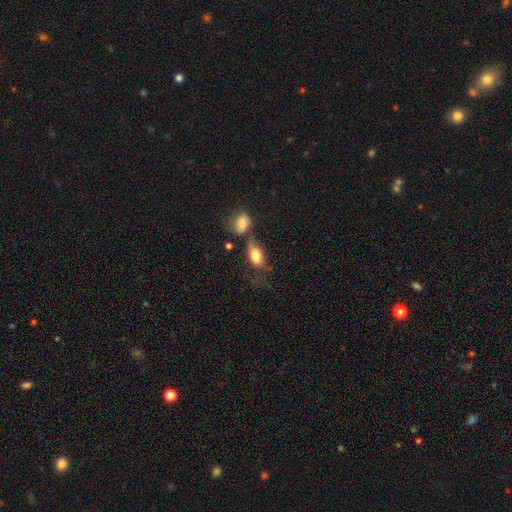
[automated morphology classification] Smooth or featured?
  - smooth: 81% *
  - featured or disk: 11%
  - star or artifact: 8%
How rounded?
  - in between: 87% *
  - round: 11%
  - cigar-shaped: 2%
Merging?
  - merger: 35% * (tied)
  - none: 35% * (tied)
  - minor disturbance: 18%
  - major disturbance: 11%